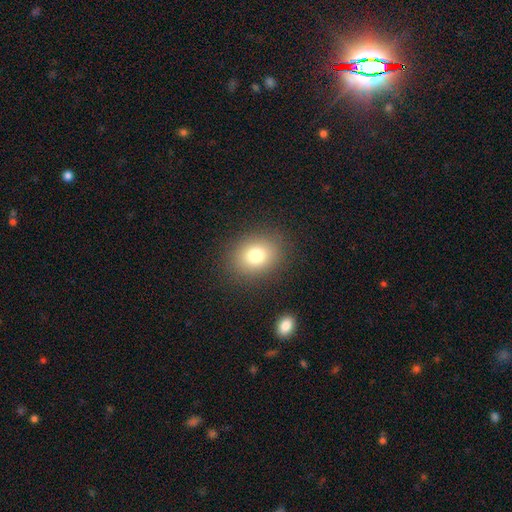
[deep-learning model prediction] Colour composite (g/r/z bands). It shows a smooth galaxy with no disk features (78%) that is round (54%). Merging: none (87%).